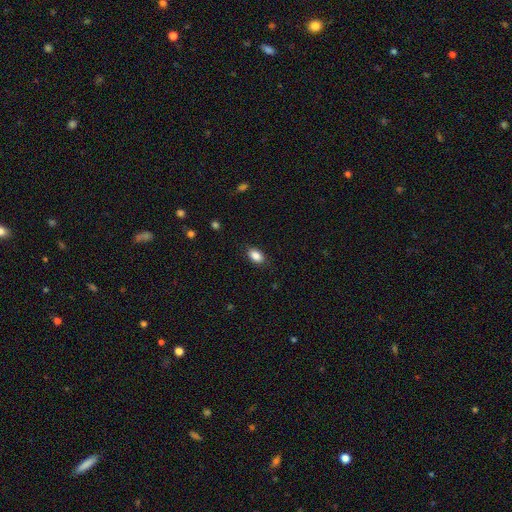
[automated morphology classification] The model was most divided on "merging": none: 85%, minor disturbance: 11%, major disturbance: 3%, merger: 1%. More confident: how rounded — in between (90%); smooth or featured — smooth (87%).